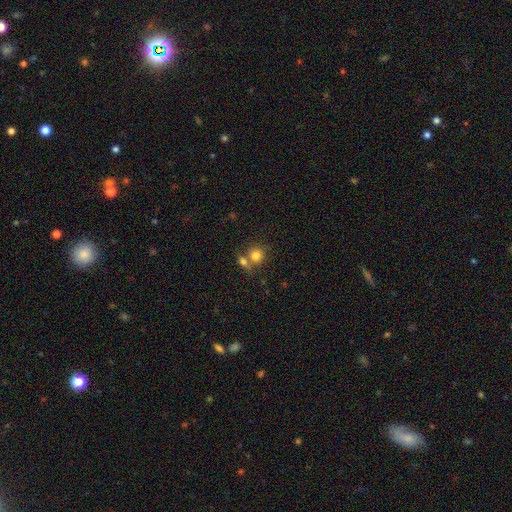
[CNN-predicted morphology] Smooth or featured: smooth — 80% (featured or disk — 10%)
How rounded: round — 82% (in between — 17%)
Merging: none — 46% (merger — 41%)